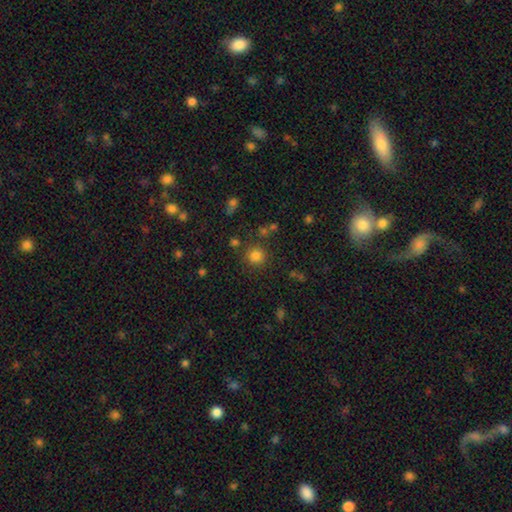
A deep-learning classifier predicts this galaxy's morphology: Smooth or featured? smooth (81%)
How rounded? round (93%)
Merging? none (85%)